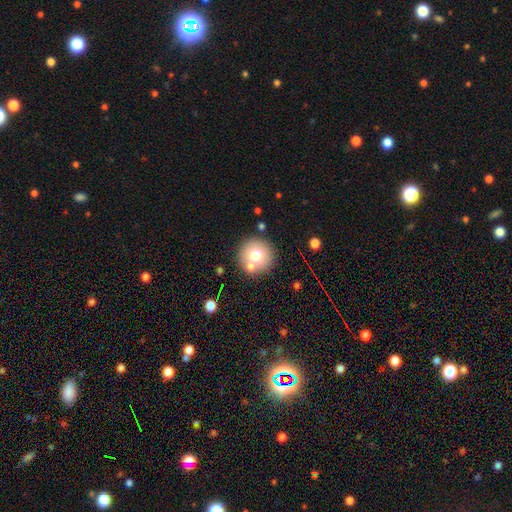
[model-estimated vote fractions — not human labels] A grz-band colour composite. It shows a smooth galaxy with no disk features (71%) that is round (94%). Merging: none (76%).